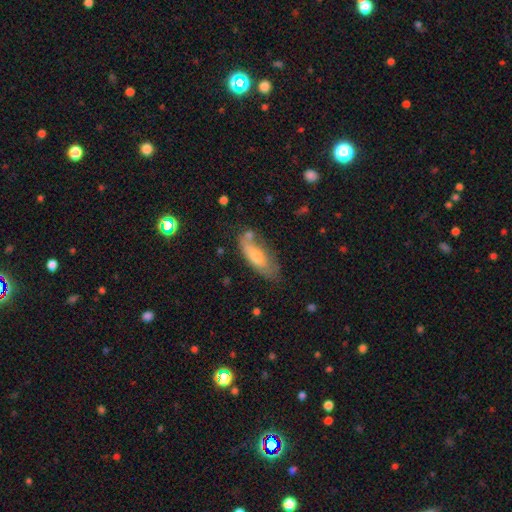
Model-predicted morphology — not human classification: type=smooth (64%); roundness=in between (68%); merging=none (58%).